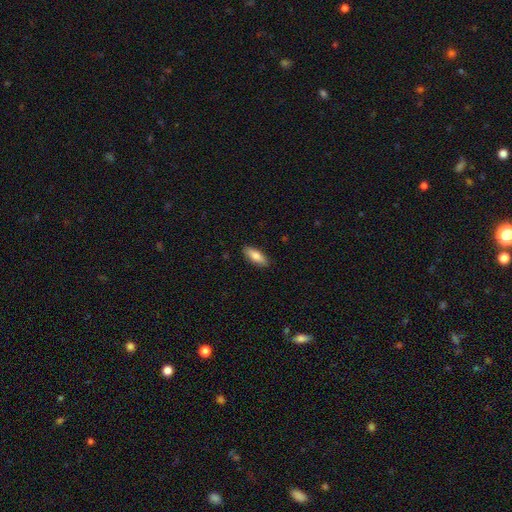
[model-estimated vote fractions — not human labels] The model was most divided on "how rounded": in between: 70%, cigar-shaped: 28%, round: 2%. More confident: merging — none (89%); smooth or featured — smooth (82%).